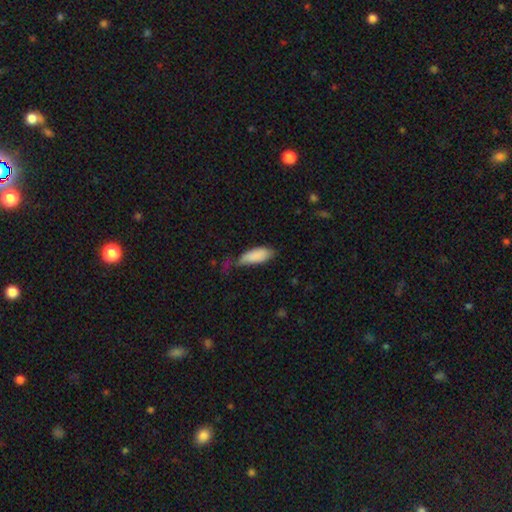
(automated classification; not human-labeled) This is clearly a smooth galaxy (85%). How rounded: clearly in between (80%). Merging: marginally minor disturbance (42%).